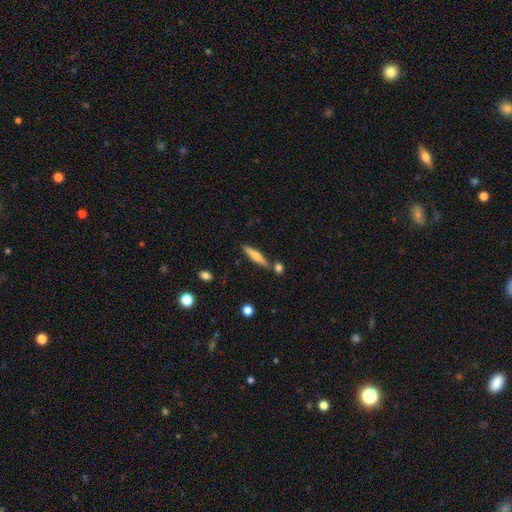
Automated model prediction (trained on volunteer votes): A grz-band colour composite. It shows a smooth galaxy with no disk features (49%). Merging: none (75%).